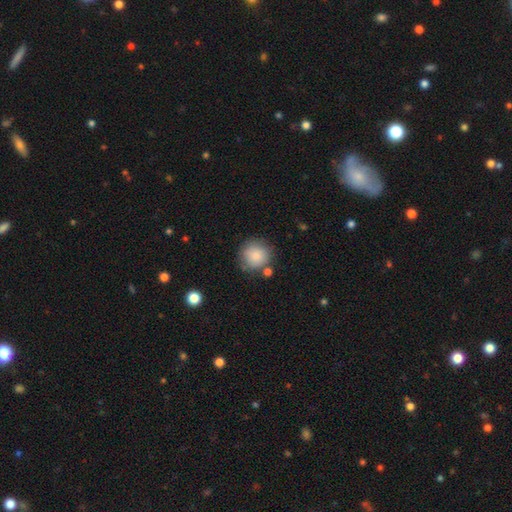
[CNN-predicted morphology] smooth_or_featured: smooth (p=0.85) [alt: star or artifact p=0.08]
how_rounded: round (p=0.92) [alt: in between p=0.07]
merging: none (p=0.75) [alt: minor disturbance p=0.13]